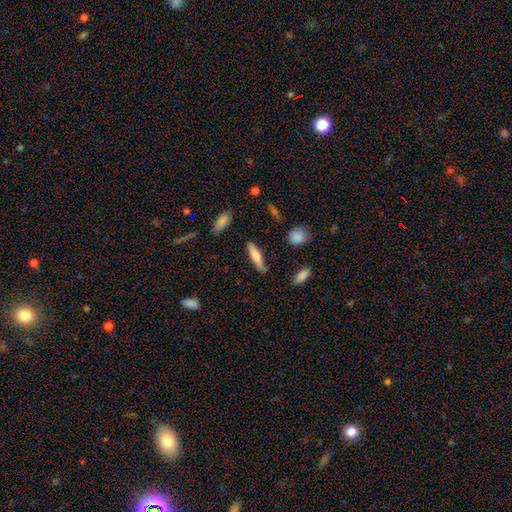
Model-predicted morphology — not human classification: This is possibly a smooth galaxy (53%). How rounded: likely cigar-shaped (79%). Merging: clearly none (81%).